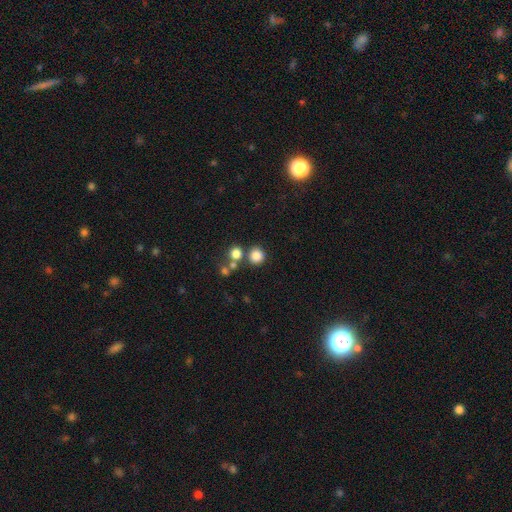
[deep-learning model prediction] This appears to be a smooth galaxy with no disk features (81%) that is round (92%). Merging: none (73%).